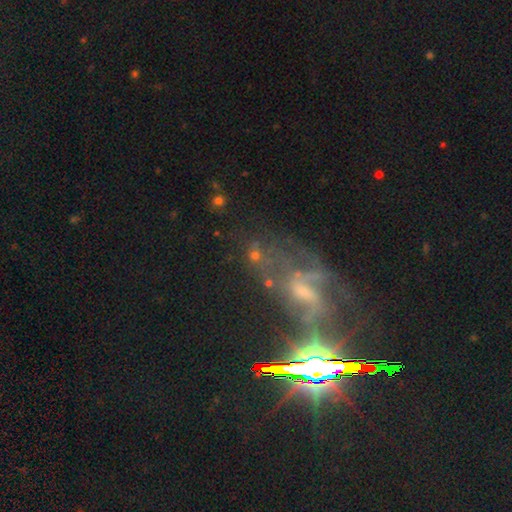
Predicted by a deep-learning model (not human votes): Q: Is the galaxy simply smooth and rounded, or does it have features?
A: featured or disk — 53%.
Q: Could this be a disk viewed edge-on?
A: no — 92%.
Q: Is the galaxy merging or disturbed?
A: none — 42%.